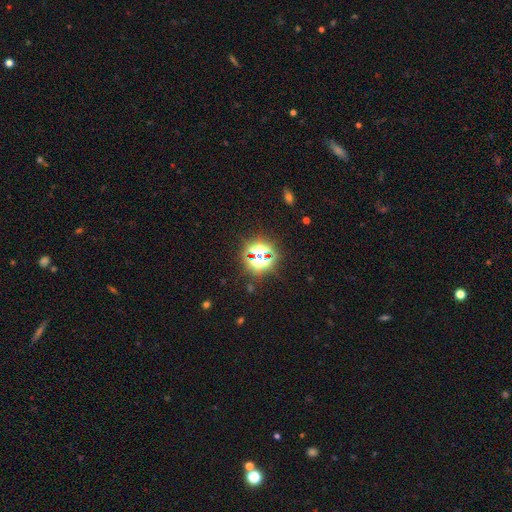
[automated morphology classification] smooth_or_featured: star or artifact (p=0.74) [alt: smooth p=0.17]